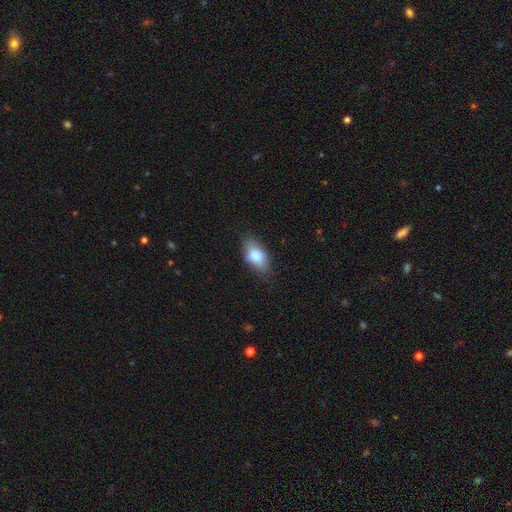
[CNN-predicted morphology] smooth-or-featured: smooth: 83% | featured or disk: 10% | star or artifact: 7%
  how-rounded: in between: 90% | cigar-shaped: 5% | round: 5%
  merging: none: 73% | minor disturbance: 21% | major disturbance: 5% | merger: 1%